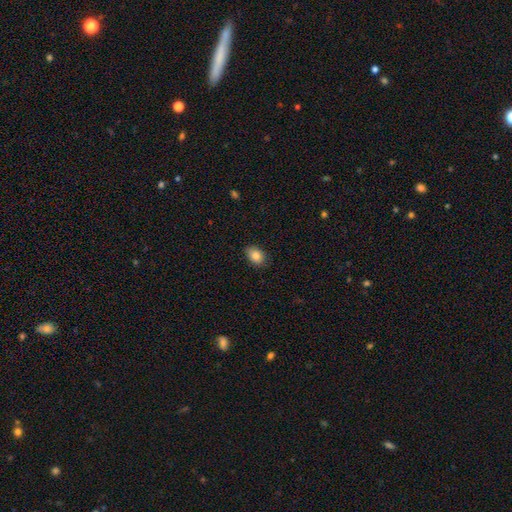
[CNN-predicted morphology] Smooth or featured? Predicted: smooth (p=0.84). How rounded? Predicted: in between (p=0.79). Merging? Predicted: none (p=0.85).